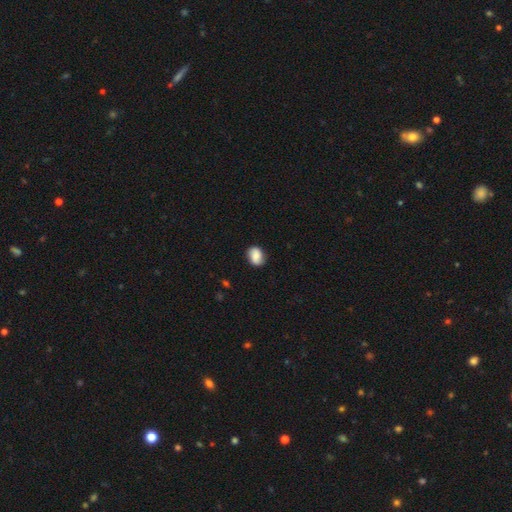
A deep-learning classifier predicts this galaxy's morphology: Smooth or featured? smooth (76%)
How rounded? in between (65%)
Merging? none (83%)